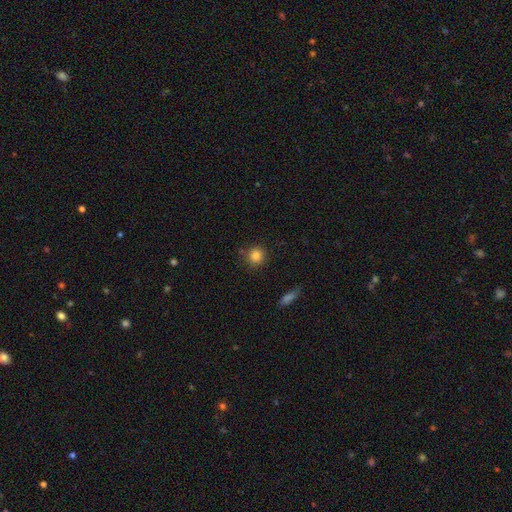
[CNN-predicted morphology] Smooth or featured?
  - smooth: 84% *
  - star or artifact: 10%
  - featured or disk: 6%
How rounded?
  - round: 90% *
  - in between: 8%
  - cigar-shaped: 1%
Merging?
  - none: 82% *
  - minor disturbance: 11%
  - merger: 4%
  - major disturbance: 3%